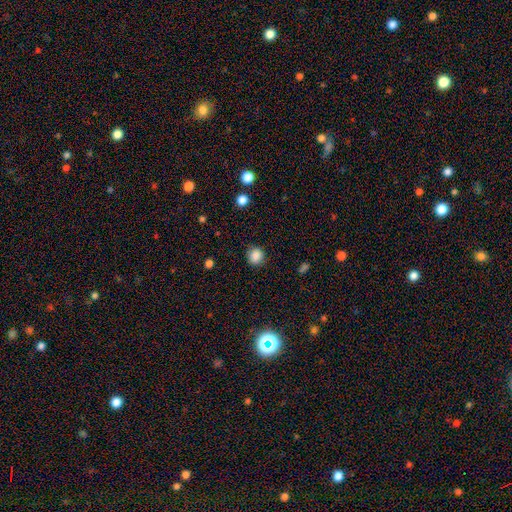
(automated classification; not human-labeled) Q: Smooth or featured?
A: smooth (86%); runner-up: star or artifact (10%)
Q: How rounded?
A: round (82%); runner-up: in between (17%)
Q: Merging?
A: none (85%); runner-up: minor disturbance (11%)